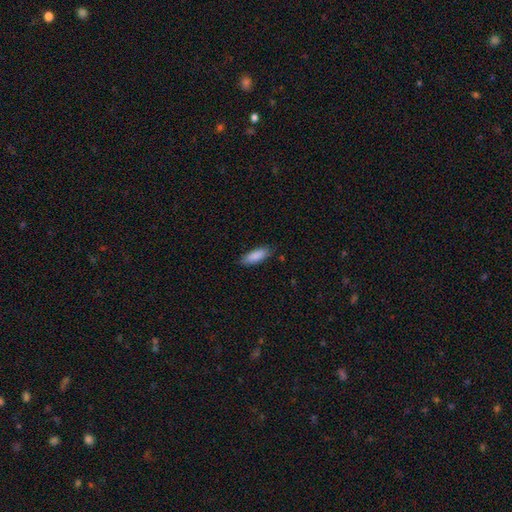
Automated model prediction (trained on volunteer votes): A smooth galaxy with no disk features (88%) that is in between round and cigar-shaped (68%).

Vote fractions:
- Smooth or featured? smooth: 88% / featured or disk: 6% / star or artifact: 6%
- How rounded? in between: 68% / cigar-shaped: 30% / round: 2%
- Merging? none: 80% / minor disturbance: 16% / major disturbance: 3% / merger: 1%